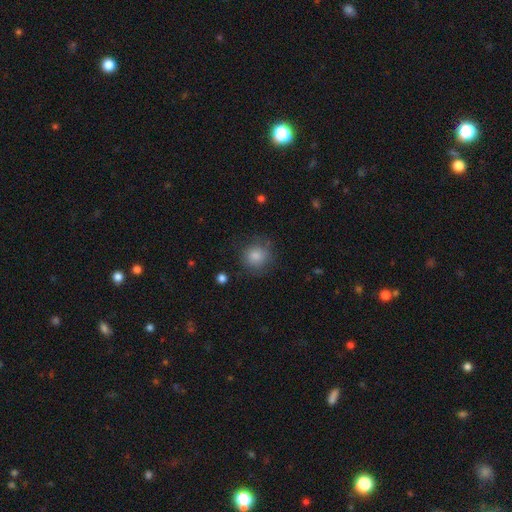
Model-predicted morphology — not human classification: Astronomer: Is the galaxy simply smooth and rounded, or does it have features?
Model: smooth — 80%.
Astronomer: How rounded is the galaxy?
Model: round — 90%.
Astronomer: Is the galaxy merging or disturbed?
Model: none — 78%.